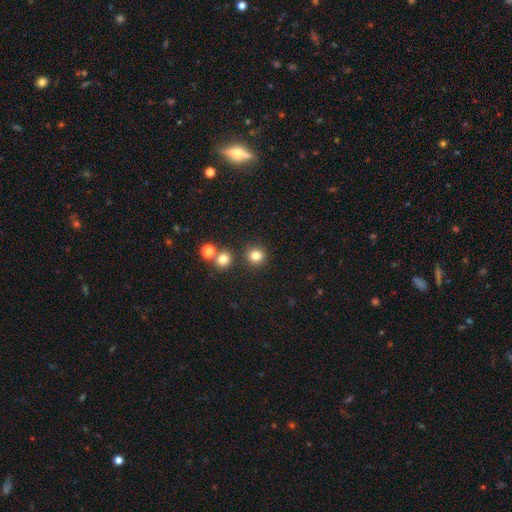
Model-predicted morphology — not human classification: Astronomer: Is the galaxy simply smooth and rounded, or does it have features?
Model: smooth — 80%.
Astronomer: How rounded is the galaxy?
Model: round — 91%.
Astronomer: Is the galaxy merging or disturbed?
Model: none — 84%.